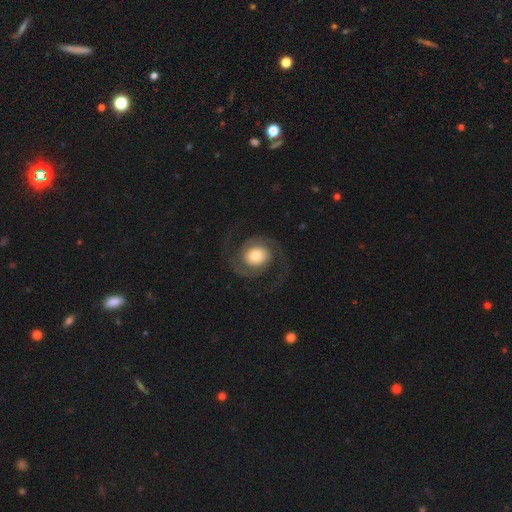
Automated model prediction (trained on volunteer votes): Smooth or featured: featured or disk — 81% (smooth — 13%)
Edge-on disk: no — 98% (yes — 2%)
Bar: no — 74% (weak — 20%)
Spiral arms: yes — 95% (no — 5%)
Spiral winding: medium — 49% (tight — 27%)
Spiral arm count: 2 — 93% (can't tell — 2%)
Bulge size: moderate — 61% (large — 23%)
Merging: none — 77% (major disturbance — 11%)